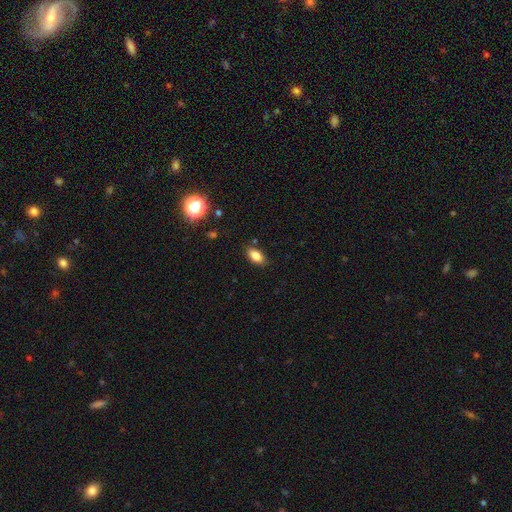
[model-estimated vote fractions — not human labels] Overall: smooth (84%). How rounded: in between (89%). Merging: none (84%).